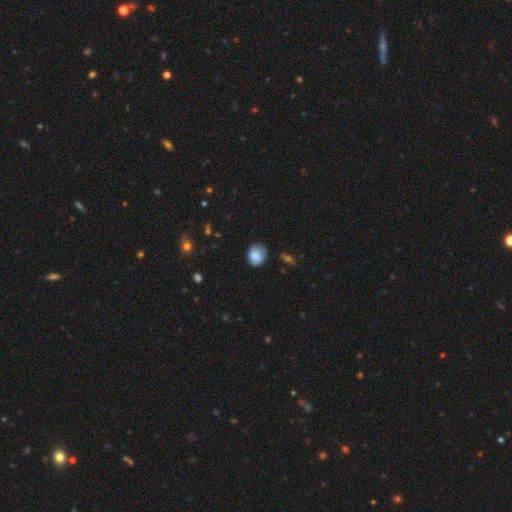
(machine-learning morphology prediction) This appears to be a smooth galaxy with no disk features (84%) that is round (61%). Merging: none (66%).